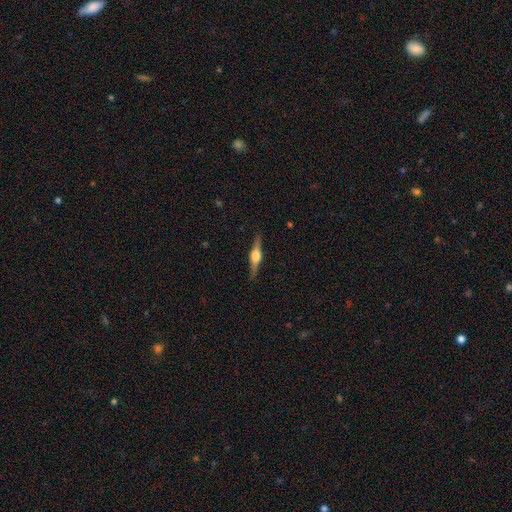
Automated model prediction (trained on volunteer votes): Smooth or featured?
  - featured or disk: 75% *
  - smooth: 19%
  - star or artifact: 6%
Edge-on disk?
  - yes: 98% *
  - no: 2%
Edge-on bulge?
  - rounded: 92% *
  - boxy: 6%
  - none: 2%
Merging?
  - none: 89% *
  - minor disturbance: 8%
  - major disturbance: 2%
  - merger: 1%